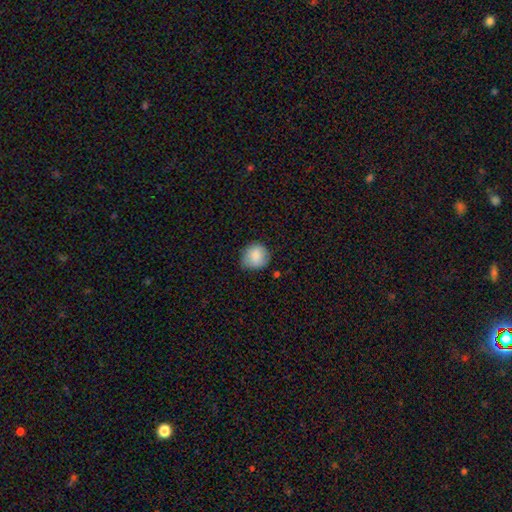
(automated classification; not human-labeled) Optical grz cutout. It shows a smooth galaxy with no disk features (84%) that is round (82%). Merging: none (66%).